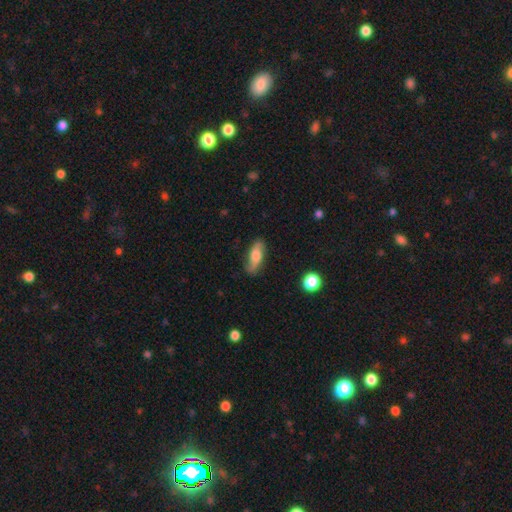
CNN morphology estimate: smooth 48%, featured or disk 45%, star or artifact 7%. Down the decision tree: merging — none (77%).